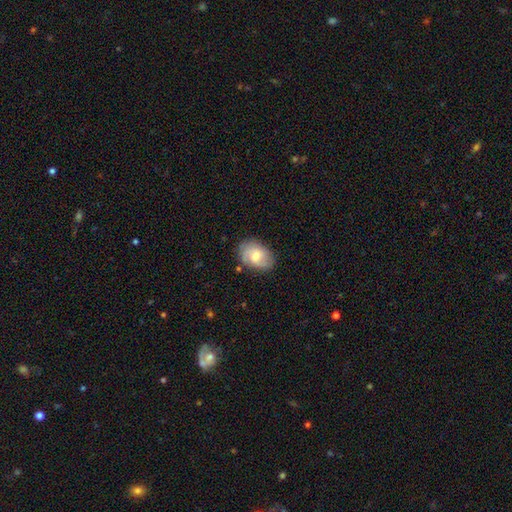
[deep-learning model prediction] smooth 51%, featured or disk 41%, star or artifact 7%. Down the decision tree: how rounded — in between (80%); merging — none (72%).